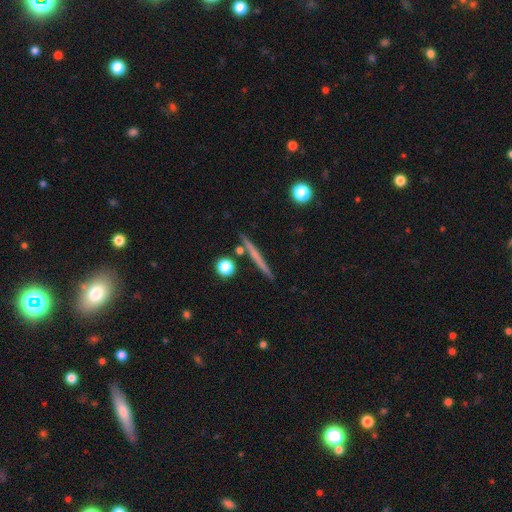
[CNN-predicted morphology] Q: Smooth or featured?
A: smooth (48%); runner-up: featured or disk (45%)
Q: Merging?
A: none (88%); runner-up: minor disturbance (7%)